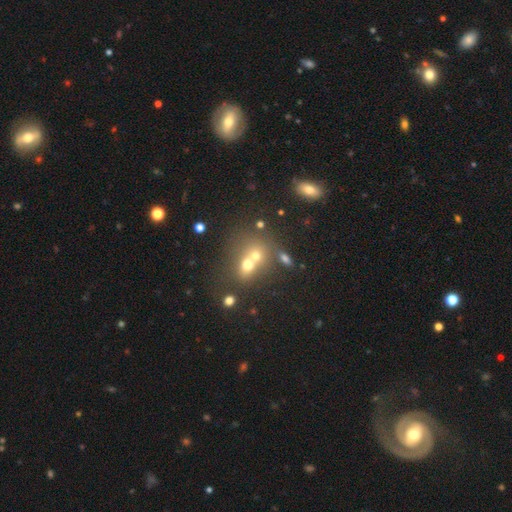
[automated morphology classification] A smooth galaxy with no disk features (62%) that is round (58%). Merging: merger (60%).